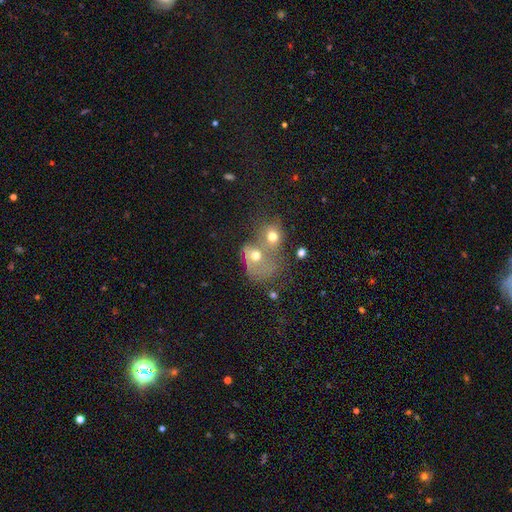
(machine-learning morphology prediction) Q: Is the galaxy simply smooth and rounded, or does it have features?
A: smooth — 58%.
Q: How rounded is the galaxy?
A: round — 54%.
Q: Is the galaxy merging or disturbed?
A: merger — 69%.